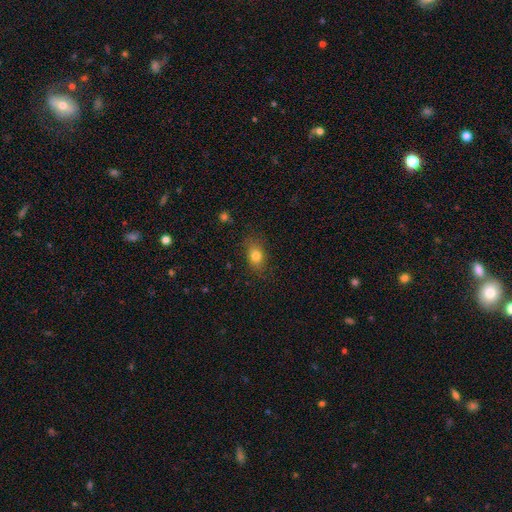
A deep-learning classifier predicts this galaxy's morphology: Smooth or featured: smooth — 80% (star or artifact — 11%)
How rounded: in between — 74% (round — 23%)
Merging: none — 80% (minor disturbance — 14%)